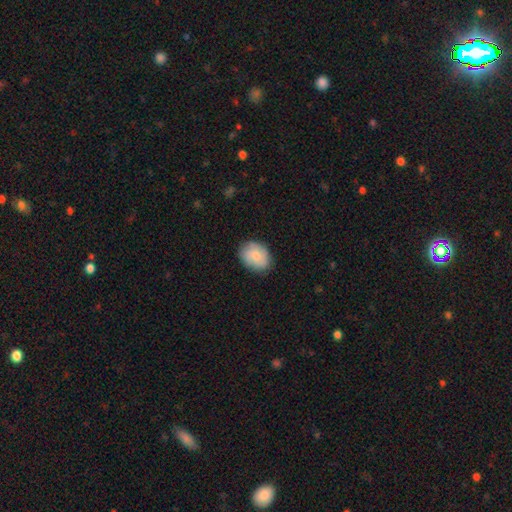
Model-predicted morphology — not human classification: This appears to be a smooth galaxy with no disk features (77%) that is in between round and cigar-shaped (58%). Merging: none (82%).